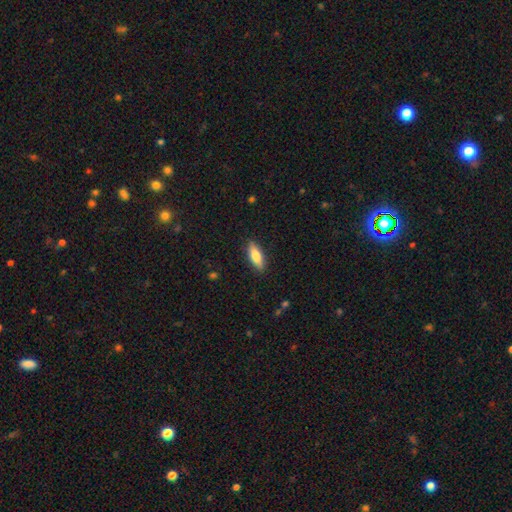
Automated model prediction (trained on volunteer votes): smooth_or_featured: smooth (p=0.76) [alt: featured or disk p=0.19]
how_rounded: in between (p=0.61) [alt: cigar-shaped p=0.36]
merging: none (p=0.88) [alt: minor disturbance p=0.09]